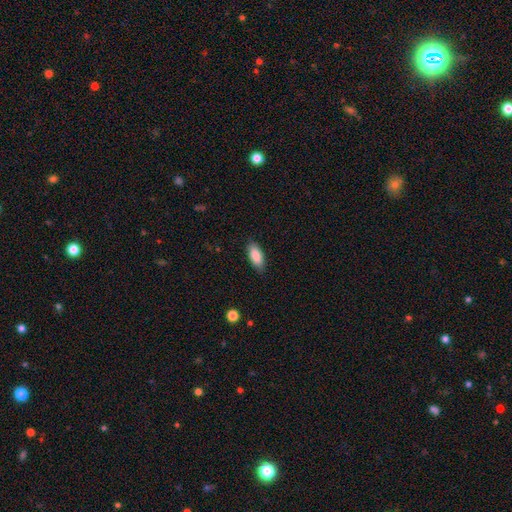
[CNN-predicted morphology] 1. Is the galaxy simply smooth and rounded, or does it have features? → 88% smooth, 6% star or artifact, 6% featured or disk.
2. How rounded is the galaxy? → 84% in between, 14% cigar-shaped, 2% round.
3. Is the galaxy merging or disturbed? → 86% none, 10% minor disturbance, 2% major disturbance, 1% merger.